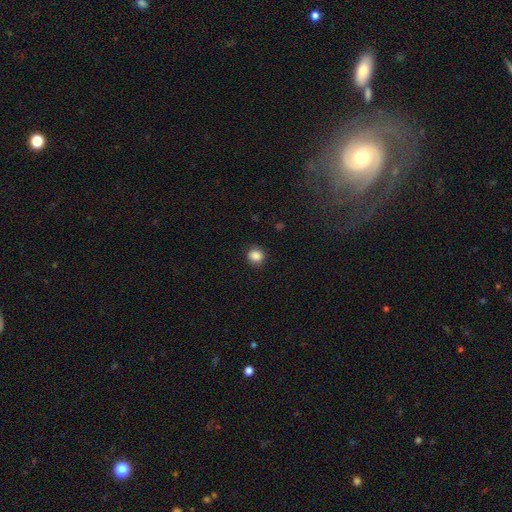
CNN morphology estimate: smooth-or-featured: smooth: 87% | star or artifact: 10% | featured or disk: 3%
  how-rounded: round: 88% | in between: 11% | cigar-shaped: 1%
  merging: none: 89% | minor disturbance: 7% | major disturbance: 2% | merger: 1%